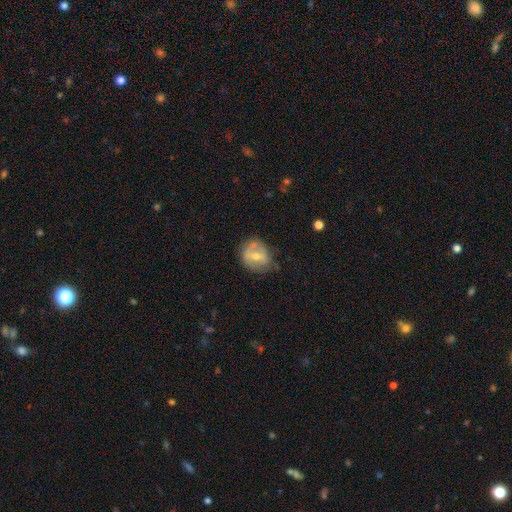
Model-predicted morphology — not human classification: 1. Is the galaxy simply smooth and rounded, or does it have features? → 53% featured or disk, 40% smooth, 7% star or artifact.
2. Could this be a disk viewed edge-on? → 96% no, 4% yes.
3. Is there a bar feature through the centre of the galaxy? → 47% weak, 27% strong, 27% no.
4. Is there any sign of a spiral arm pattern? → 53% no, 47% yes.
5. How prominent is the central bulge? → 60% moderate, 35% small, 3% large, 2% none, 1% dominant.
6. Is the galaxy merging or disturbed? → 57% none, 30% minor disturbance, 11% major disturbance, 2% merger.